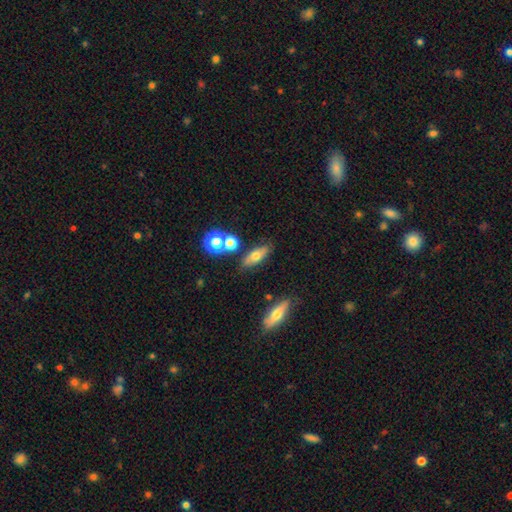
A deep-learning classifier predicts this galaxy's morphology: Overall: smooth (60%; featured or disk 29%). How rounded: in between (60%; cigar-shaped 33%). Merging: none (77%).